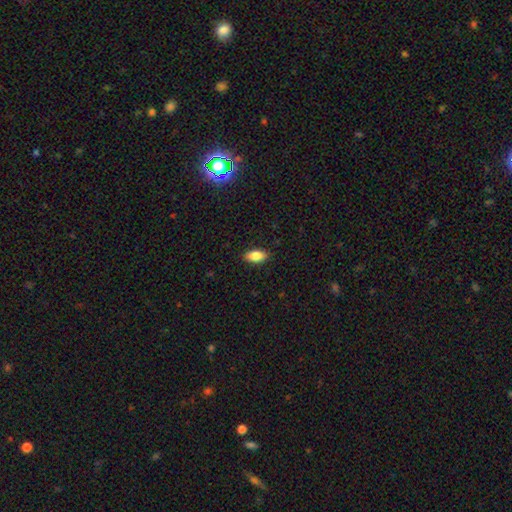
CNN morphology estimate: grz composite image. It shows a smooth galaxy with no disk features (86%) that is in between round and cigar-shaped (91%). Merging: none (89%).